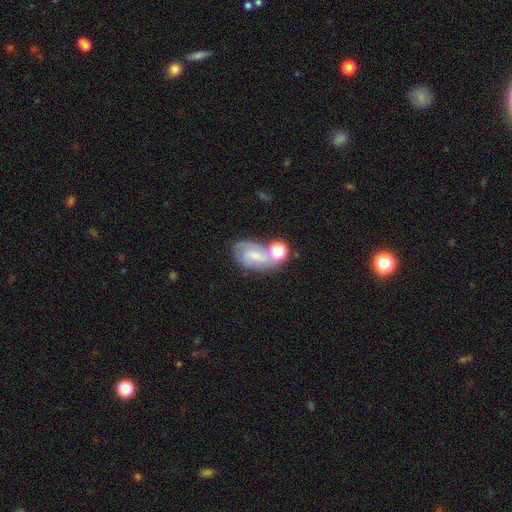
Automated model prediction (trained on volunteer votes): A featured or disk galaxy (57%) with a weak bar (43%, tied with no), spiral arms (84%) and a small central bulge (43%). Merging: none (43%).